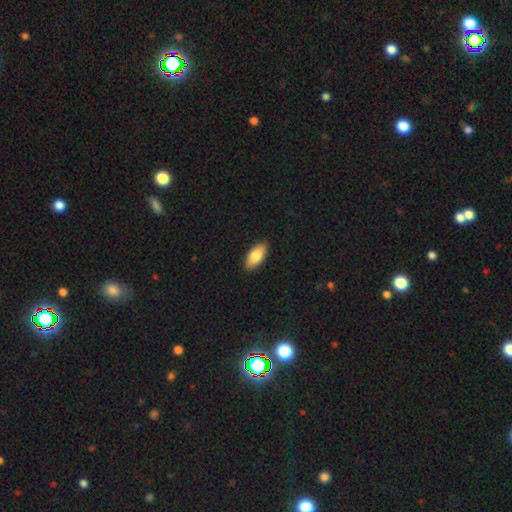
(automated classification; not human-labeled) This is clearly a smooth galaxy (81%). How rounded: clearly in between (87%). Merging: clearly none (88%).